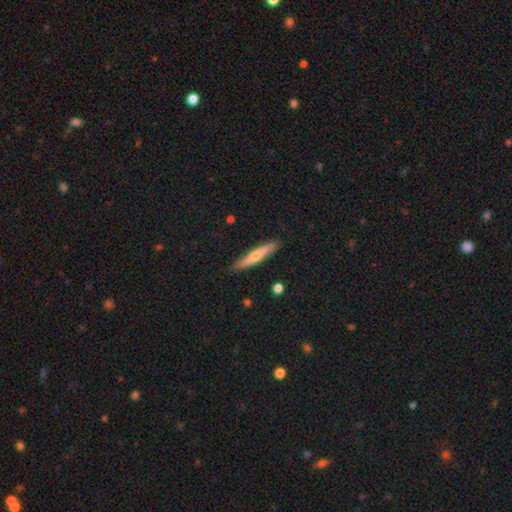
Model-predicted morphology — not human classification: Smooth or featured? Predicted: smooth (p=0.52). How rounded? Predicted: cigar-shaped (p=0.88). Merging? Predicted: none (p=0.86).